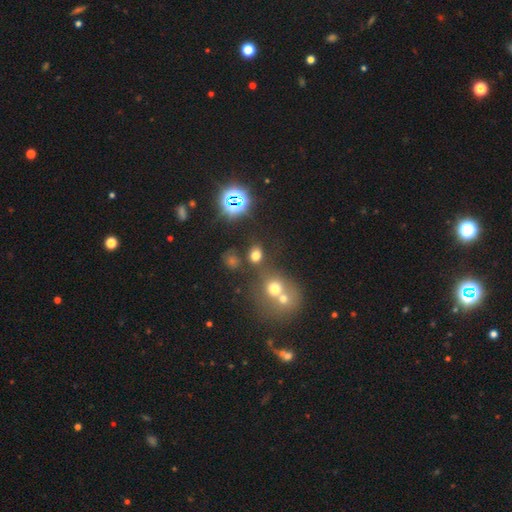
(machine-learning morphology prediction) type=smooth (64%); roundness=round (58%); merging=none (65%).